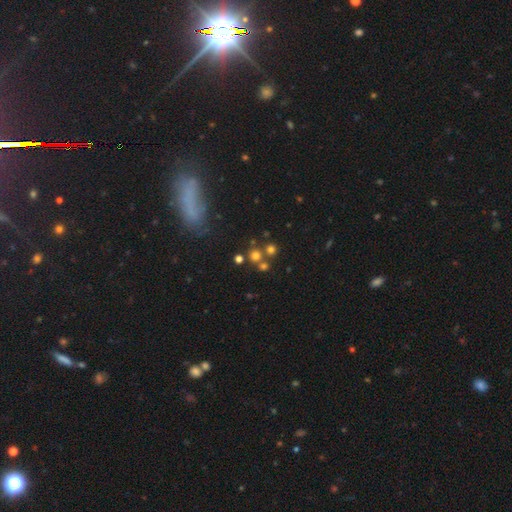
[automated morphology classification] Smooth or featured?
  - smooth: 63% *
  - star or artifact: 27%
  - featured or disk: 10%
How rounded?
  - round: 91% *
  - in between: 8%
  - cigar-shaped: 1%
Merging?
  - none: 69% *
  - merger: 21%
  - minor disturbance: 7%
  - major disturbance: 3%